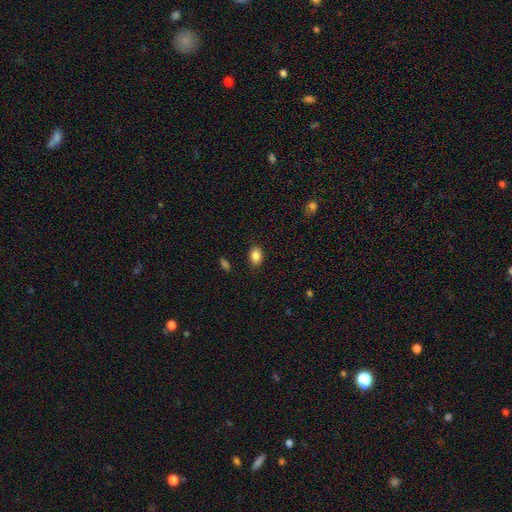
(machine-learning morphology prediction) Smooth or featured: smooth — 86% (star or artifact — 9%)
How rounded: in between — 82% (round — 16%)
Merging: none — 85% (minor disturbance — 11%)